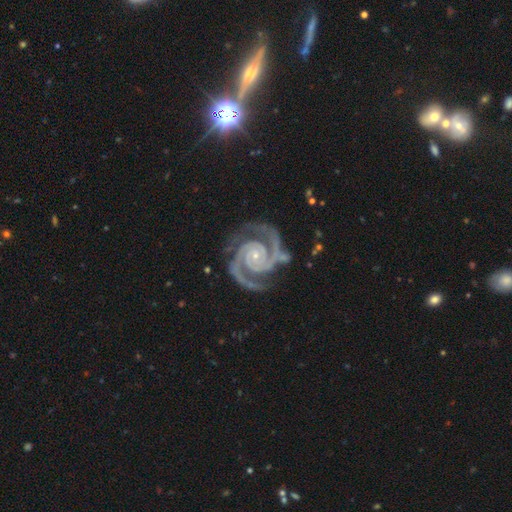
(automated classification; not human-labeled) Smooth or featured? featured or disk (94%)
Edge-on disk? no (98%)
Bar? no (70%)
Spiral arms? yes (99%)
Spiral winding? tight (64%)
Spiral arm count? 2 (87%)
Bulge size? small (81%)
Merging? none (76%)